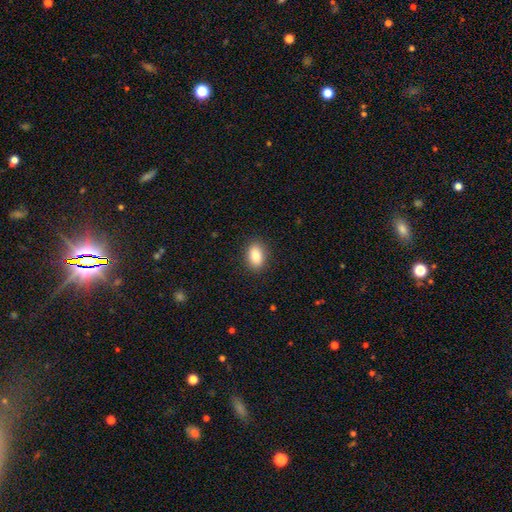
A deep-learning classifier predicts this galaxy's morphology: Smooth or featured: smooth — 87% (star or artifact — 8%)
How rounded: in between — 87% (round — 11%)
Merging: none — 88% (minor disturbance — 9%)